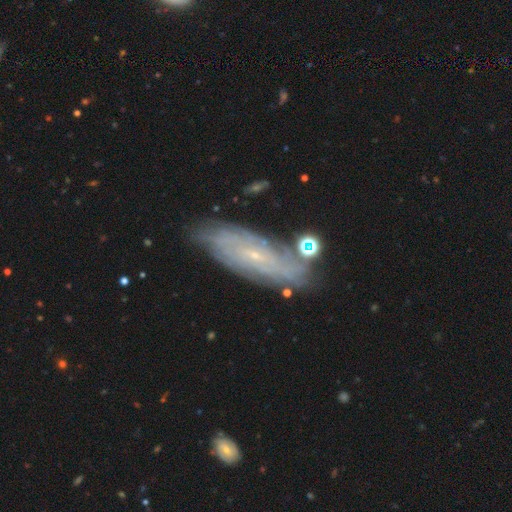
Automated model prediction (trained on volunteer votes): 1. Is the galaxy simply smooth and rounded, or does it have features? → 74% featured or disk, 18% smooth, 8% star or artifact.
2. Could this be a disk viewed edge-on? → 83% no, 17% yes.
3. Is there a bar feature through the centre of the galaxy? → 67% no, 27% weak, 7% strong.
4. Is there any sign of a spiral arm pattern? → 86% yes, 14% no.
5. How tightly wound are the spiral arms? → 65% tight, 25% medium, 9% loose.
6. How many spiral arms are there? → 57% can't tell, 19% 2, 8% 3, 7% 4, 5% more than 4, 4% 1.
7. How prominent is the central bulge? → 85% small, 11% moderate, 2% none, 1% large, 1% dominant.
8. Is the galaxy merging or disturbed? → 74% none, 17% minor disturbance, 6% merger, 4% major disturbance.